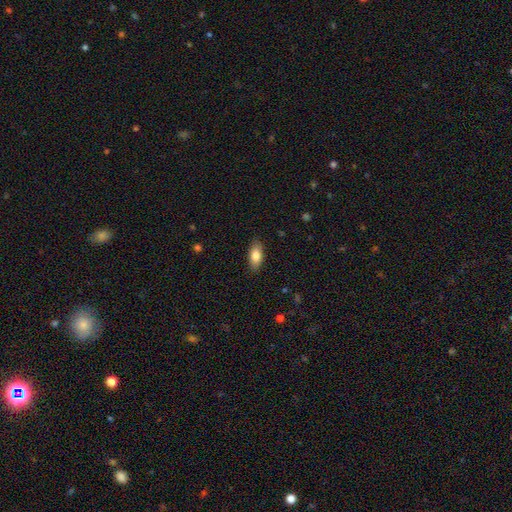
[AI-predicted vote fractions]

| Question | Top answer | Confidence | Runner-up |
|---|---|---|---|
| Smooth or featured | smooth | 81% | featured or disk (12%) |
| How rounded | in between | 87% | cigar-shaped (11%) |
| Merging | none | 87% | minor disturbance (10%) |